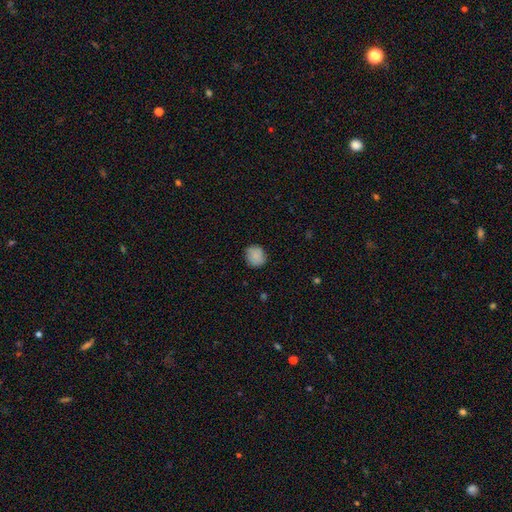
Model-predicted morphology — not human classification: smooth_or_featured: smooth (p=0.87) [alt: star or artifact p=0.08]
how_rounded: round (p=0.82) [alt: in between p=0.17]
merging: none (p=0.84) [alt: minor disturbance p=0.12]